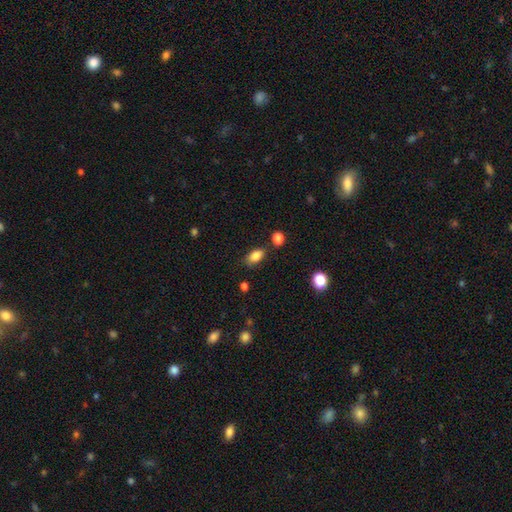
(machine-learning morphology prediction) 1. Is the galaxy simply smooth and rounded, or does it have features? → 84% smooth, 9% star or artifact, 7% featured or disk.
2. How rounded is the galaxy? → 87% in between, 9% round, 4% cigar-shaped.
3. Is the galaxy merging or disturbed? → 72% none, 19% minor disturbance, 5% merger, 4% major disturbance.